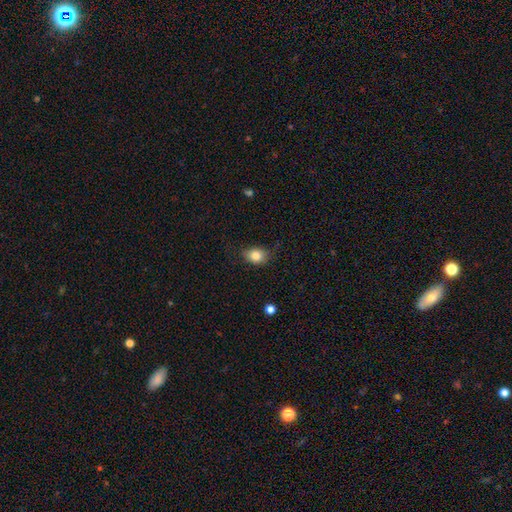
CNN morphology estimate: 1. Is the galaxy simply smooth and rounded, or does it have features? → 81% smooth, 10% star or artifact, 9% featured or disk.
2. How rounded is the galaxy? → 61% in between, 37% round, 1% cigar-shaped.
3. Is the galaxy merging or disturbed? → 68% none, 24% minor disturbance, 6% major disturbance, 1% merger.